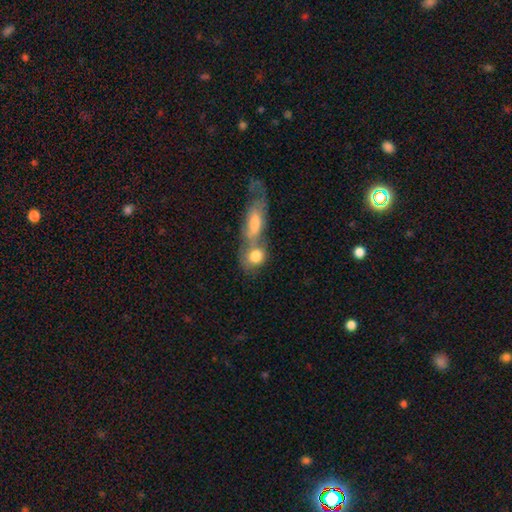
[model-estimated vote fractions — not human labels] smooth-or-featured: smooth: 77% | featured or disk: 16% | star or artifact: 7%
  how-rounded: in between: 48% | round: 46% | cigar-shaped: 6%
  merging: merger: 53% | none: 31% | minor disturbance: 10% | major disturbance: 6%